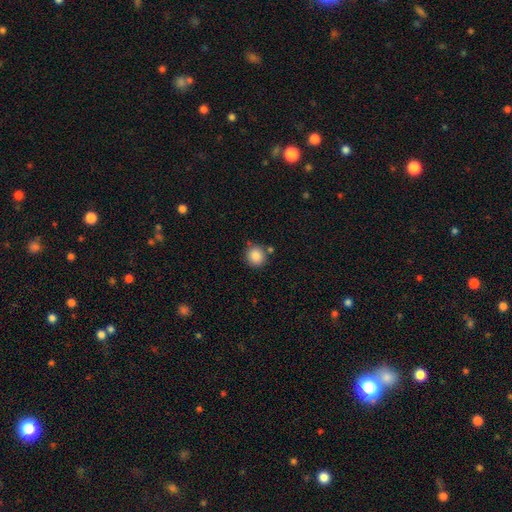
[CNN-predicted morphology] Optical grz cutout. It shows a smooth galaxy with no disk features (87%) that is round (89%). Merging: none (78%).